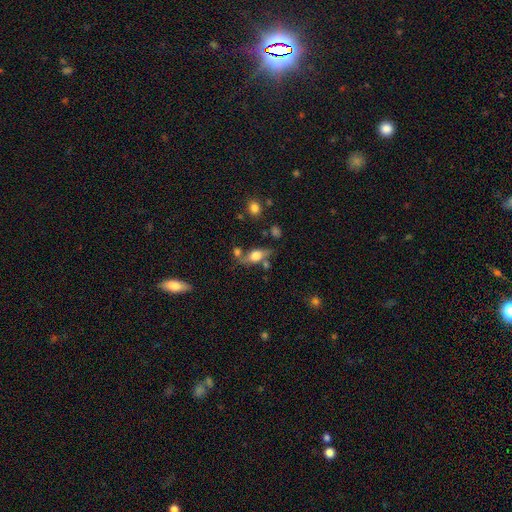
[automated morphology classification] Smooth or featured? Predicted: smooth (p=0.55). How rounded? Predicted: in between (p=0.72). Merging? Predicted: none (p=0.59).